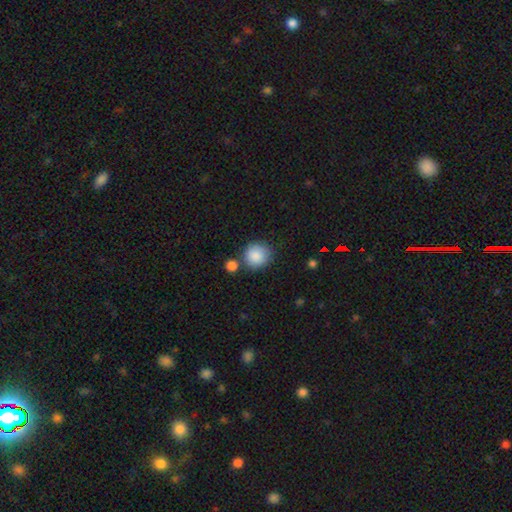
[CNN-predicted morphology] Overall: smooth (88%). How rounded: round (90%). Merging: none (71%).